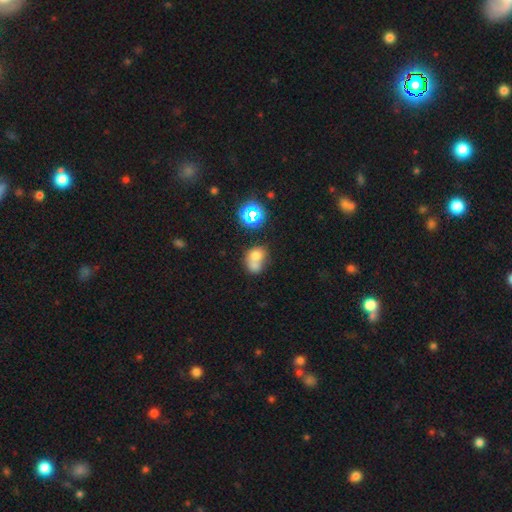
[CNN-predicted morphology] A smooth galaxy with no disk features (66%) that is round (52%). Merging: merger (62%).